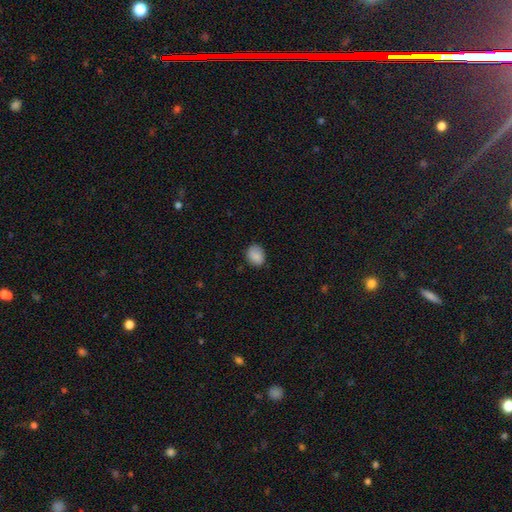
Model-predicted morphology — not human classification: smooth 87%, star or artifact 8%, featured or disk 5%. Down the decision tree: how rounded — round (51%); merging — none (80%).